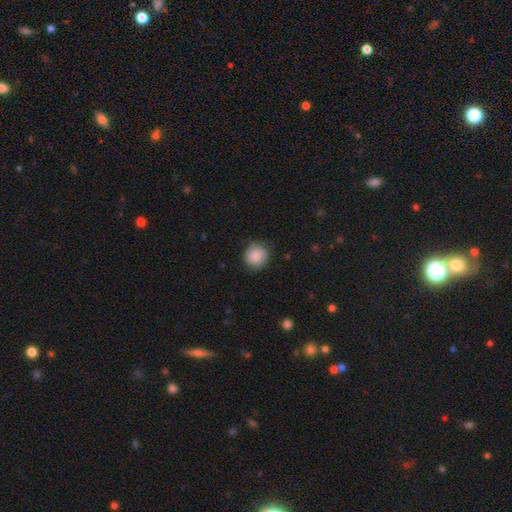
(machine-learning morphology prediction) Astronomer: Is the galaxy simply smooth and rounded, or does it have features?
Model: smooth — 83%.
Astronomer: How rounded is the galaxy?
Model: round — 87%.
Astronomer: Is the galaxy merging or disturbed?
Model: none — 79%.